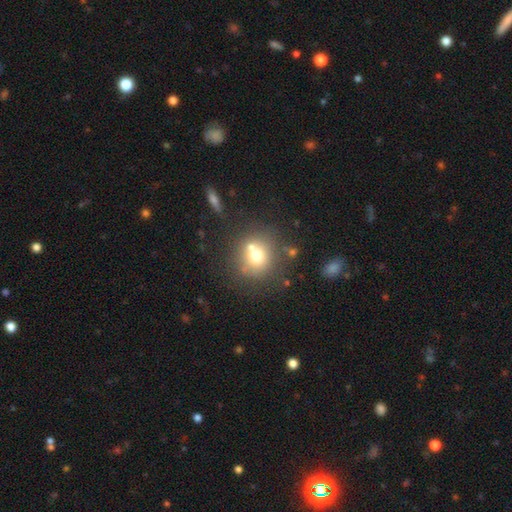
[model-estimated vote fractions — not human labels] Smooth or featured?
  - smooth: 68% *
  - featured or disk: 18%
  - star or artifact: 14%
How rounded?
  - round: 86% *
  - in between: 13%
  - cigar-shaped: 1%
Merging?
  - none: 62% *
  - merger: 23%
  - minor disturbance: 11%
  - major disturbance: 5%